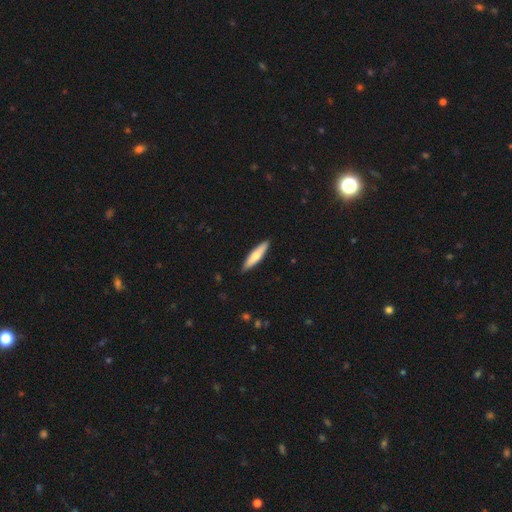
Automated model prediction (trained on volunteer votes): Overall: smooth (62%; featured or disk 33%). How rounded: cigar-shaped (79%). Merging: none (89%).